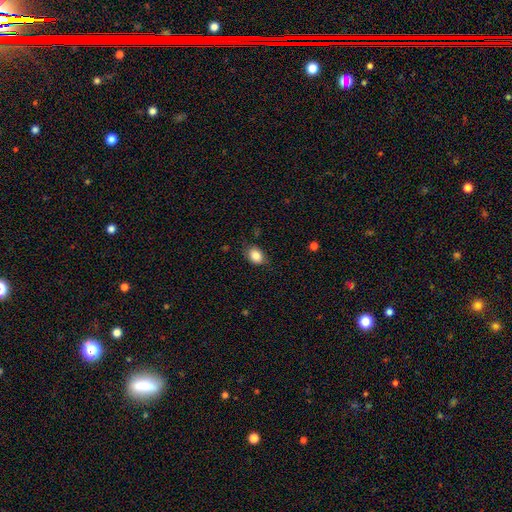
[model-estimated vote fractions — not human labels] Smooth or featured? smooth (85%)
How rounded? in between (67%)
Merging? none (76%)